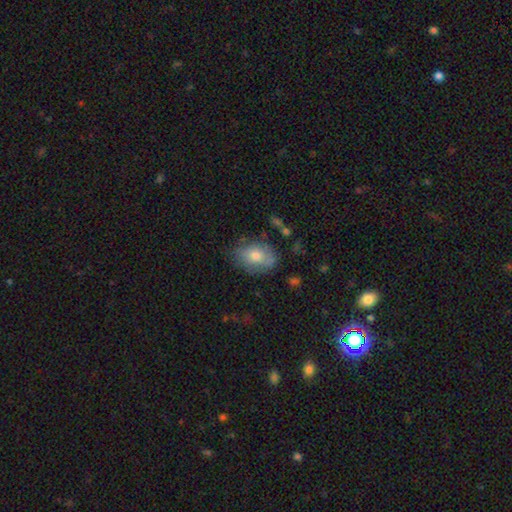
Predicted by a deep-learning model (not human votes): A smooth galaxy with no disk features (74%) that is in between round and cigar-shaped (78%).

Vote fractions:
- Smooth or featured? smooth: 74% / featured or disk: 18% / star or artifact: 8%
- How rounded? in between: 78% / round: 20% / cigar-shaped: 1%
- Merging? none: 69% / minor disturbance: 22% / major disturbance: 6% / merger: 3%